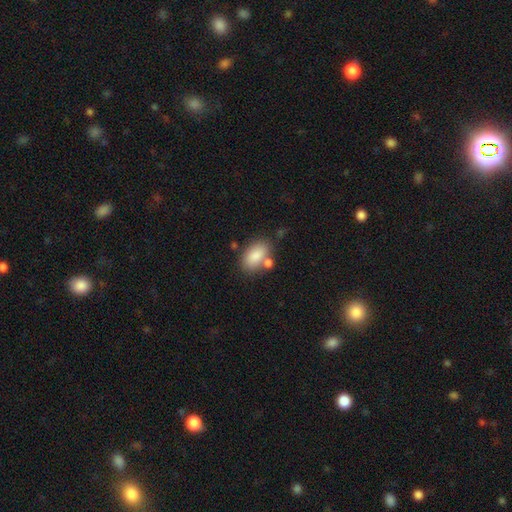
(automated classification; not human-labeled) Q: Smooth or featured?
A: smooth (85%); runner-up: featured or disk (8%)
Q: How rounded?
A: in between (92%); runner-up: round (7%)
Q: Merging?
A: none (63%); runner-up: merger (18%)